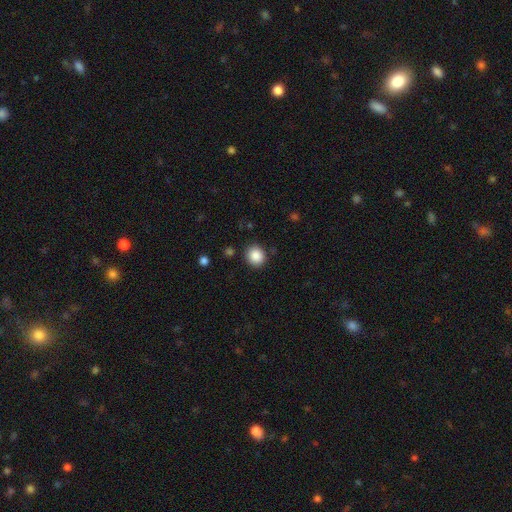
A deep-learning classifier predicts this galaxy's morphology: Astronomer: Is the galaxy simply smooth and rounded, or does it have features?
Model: smooth — 87%.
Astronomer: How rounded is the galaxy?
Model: round — 81%.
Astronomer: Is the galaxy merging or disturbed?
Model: none — 87%.